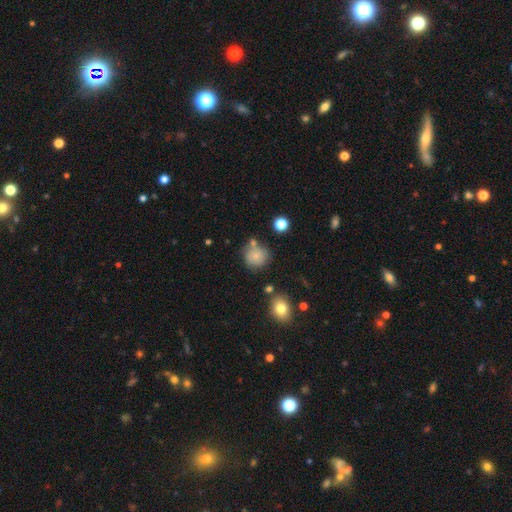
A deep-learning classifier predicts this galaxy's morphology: This is likely a smooth galaxy (75%). How rounded: clearly round (88%). Merging: likely none (65%).